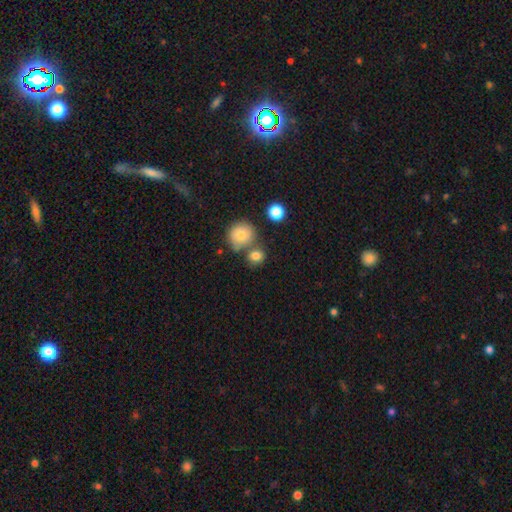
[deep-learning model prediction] Smooth or featured? Predicted: smooth (p=0.80). How rounded? Predicted: round (p=0.76). Merging? Predicted: none (p=0.58).